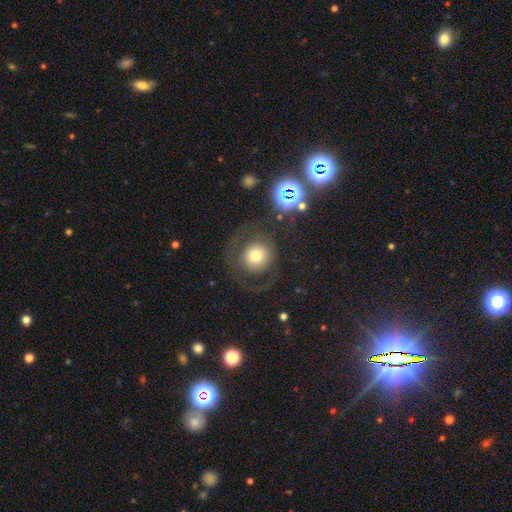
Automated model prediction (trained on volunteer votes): Overall: smooth (59%; featured or disk 29%). How rounded: round (89%). Merging: none (64%).